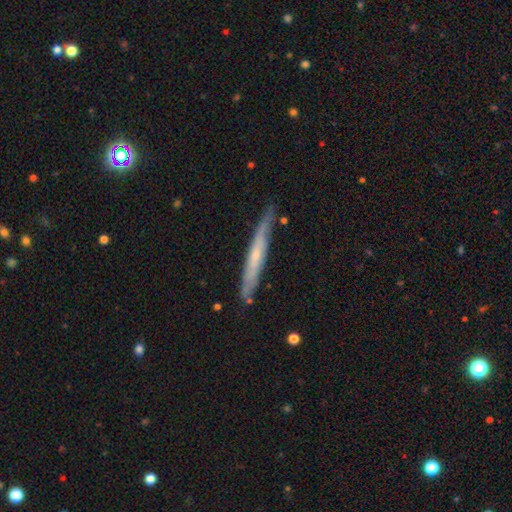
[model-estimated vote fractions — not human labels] This is possibly a featured or disk galaxy (55%). It is clearly viewed edge-on (89%). Merging: clearly none (81%).